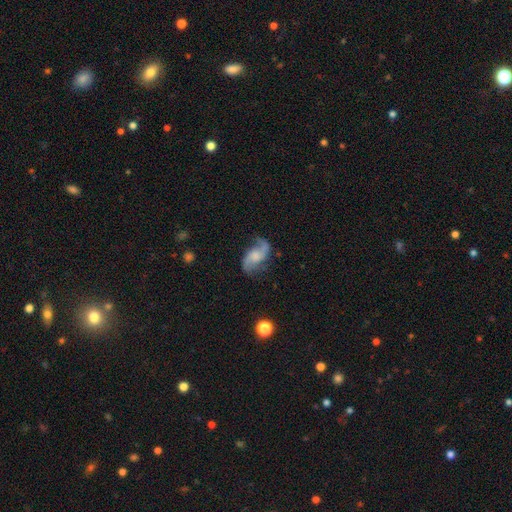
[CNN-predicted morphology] Smooth or featured? Predicted: featured or disk (p=0.85). Edge-on disk? Predicted: no (p=0.98). Bar? Predicted: no (p=0.57). Spiral arms? Predicted: yes (p=0.97). Spiral winding? Predicted: loose (p=0.63). Spiral arm count? Predicted: 2 (p=0.93). Bulge size? Predicted: none (p=0.41). Merging? Predicted: none (p=0.72).